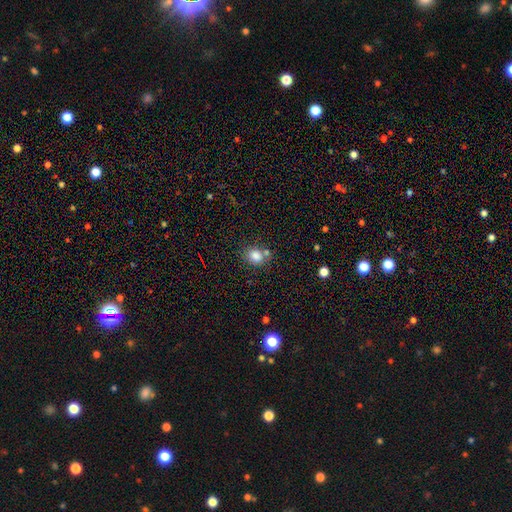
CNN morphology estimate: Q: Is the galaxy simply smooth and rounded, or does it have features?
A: smooth — 82%.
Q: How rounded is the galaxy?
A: round — 62%.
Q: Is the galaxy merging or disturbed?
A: none — 65%.